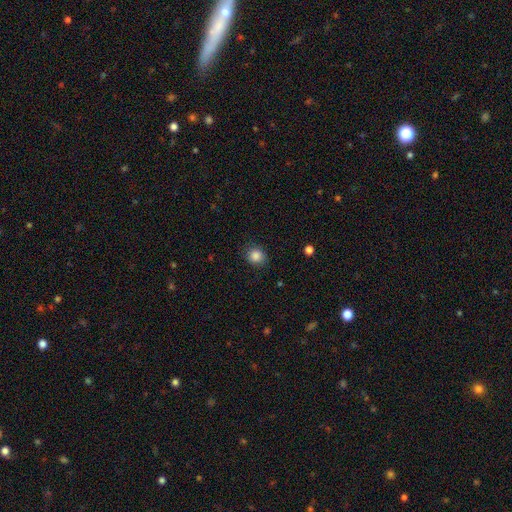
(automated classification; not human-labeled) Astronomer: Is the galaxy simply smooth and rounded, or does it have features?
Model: smooth — 86%.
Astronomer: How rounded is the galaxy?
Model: round — 76%.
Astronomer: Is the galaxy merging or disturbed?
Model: none — 85%.